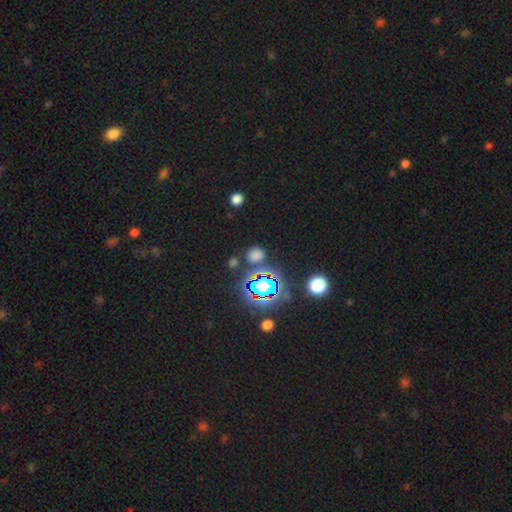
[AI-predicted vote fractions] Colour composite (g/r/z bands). It shows a smooth galaxy with no disk features (61%) that is round (69%). Merging: none (78%).